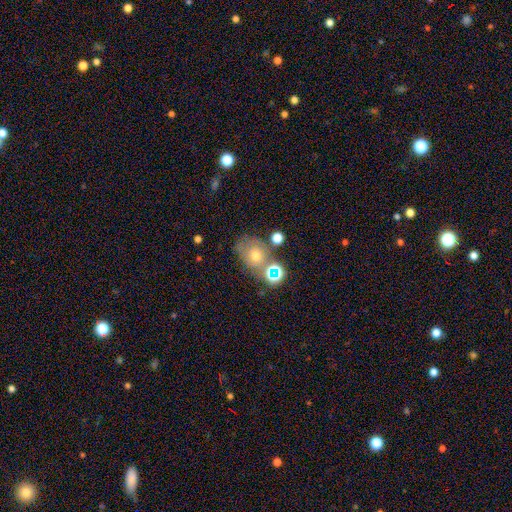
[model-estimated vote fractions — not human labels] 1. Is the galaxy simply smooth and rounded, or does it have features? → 47% smooth, 28% featured or disk, 24% star or artifact.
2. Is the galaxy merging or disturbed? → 50% none, 22% merger, 17% minor disturbance, 10% major disturbance.